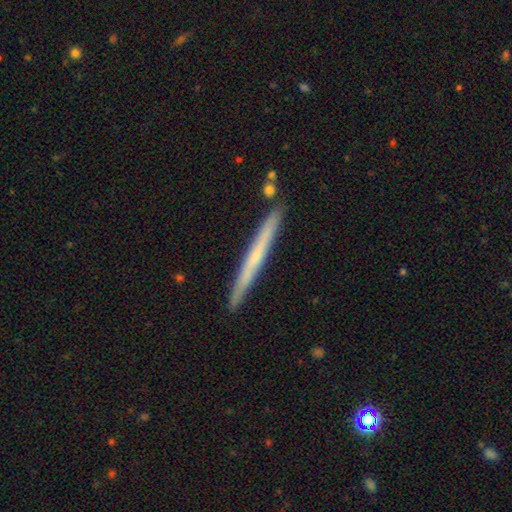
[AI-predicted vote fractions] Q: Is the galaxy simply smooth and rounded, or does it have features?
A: featured or disk — 52%.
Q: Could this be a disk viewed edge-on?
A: yes — 96%.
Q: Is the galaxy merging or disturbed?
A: none — 90%.